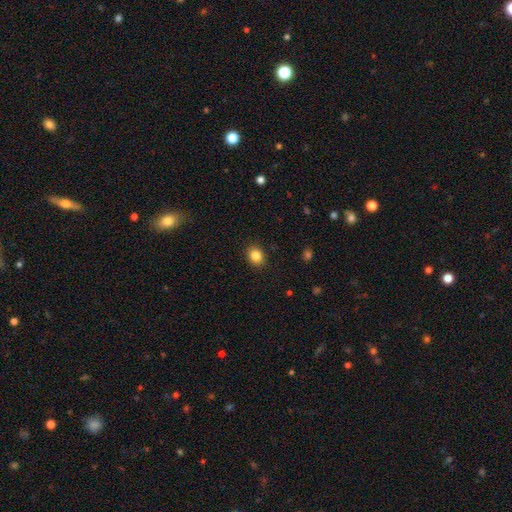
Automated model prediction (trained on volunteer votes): smooth_or_featured: smooth (p=0.85) [alt: star or artifact p=0.10]
how_rounded: round (p=0.53) [alt: in between p=0.46]
merging: none (p=0.89) [alt: minor disturbance p=0.07]